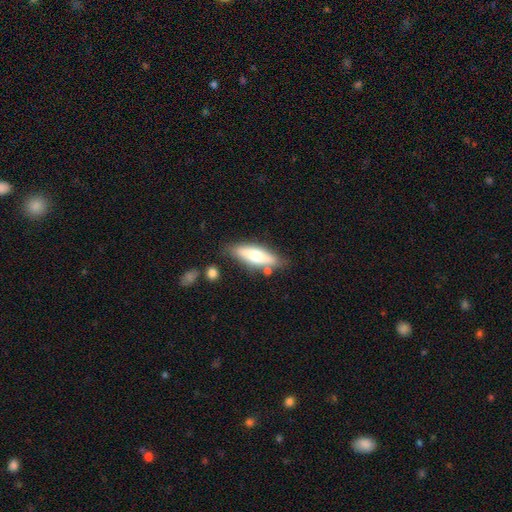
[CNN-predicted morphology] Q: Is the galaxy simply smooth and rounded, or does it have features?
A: smooth — 62%.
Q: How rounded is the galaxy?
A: in between — 51%.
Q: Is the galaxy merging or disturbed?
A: none — 75%.